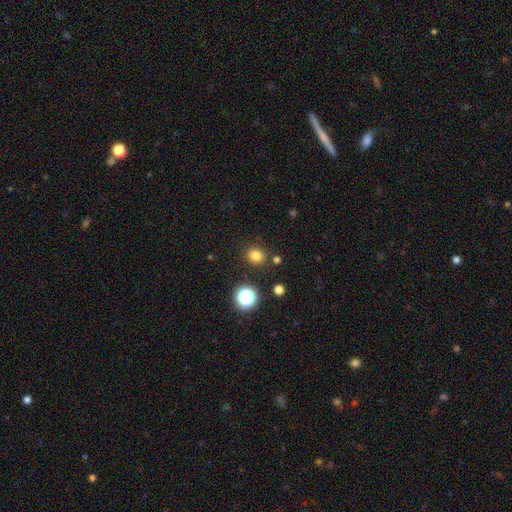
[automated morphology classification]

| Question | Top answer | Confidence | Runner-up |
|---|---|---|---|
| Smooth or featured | smooth | 78% | star or artifact (16%) |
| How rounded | round | 73% | in between (26%) |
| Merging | none | 85% | minor disturbance (8%) |